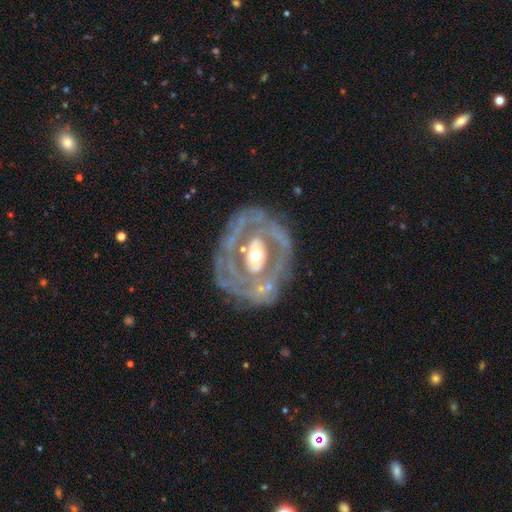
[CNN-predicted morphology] Smooth or featured? featured or disk (84%)
Edge-on disk? no (96%)
Bar? no (49%)
Spiral arms? yes (65%)
Spiral winding? tight (61%)
Spiral arm count? 2 (41%)
Bulge size? moderate (68%)
Merging? none (62%)